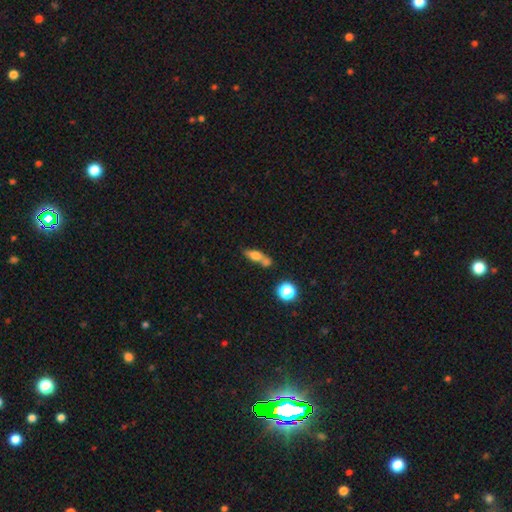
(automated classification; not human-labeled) Q: Smooth or featured?
A: smooth (65%); runner-up: featured or disk (24%)
Q: How rounded?
A: in between (58%); runner-up: cigar-shaped (31%)
Q: Merging?
A: none (41%); runner-up: merger (39%)